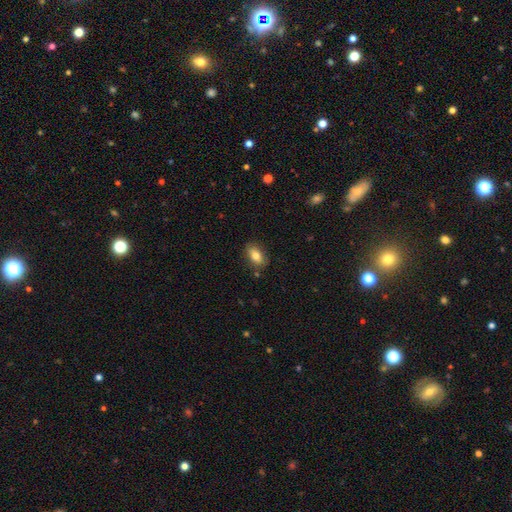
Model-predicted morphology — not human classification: Q: Smooth or featured?
A: smooth (80%); runner-up: featured or disk (12%)
Q: How rounded?
A: in between (87%); runner-up: round (9%)
Q: Merging?
A: none (84%); runner-up: minor disturbance (12%)